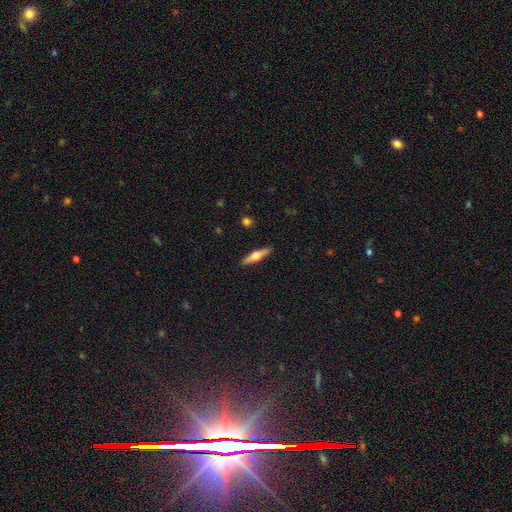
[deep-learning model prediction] smooth-or-featured: featured or disk: 49% | smooth: 45% | star or artifact: 6%
  merging: none: 91% | minor disturbance: 7% | major disturbance: 2% | merger: 1%